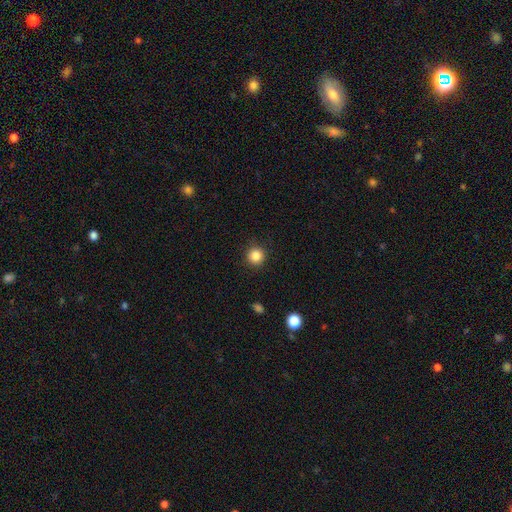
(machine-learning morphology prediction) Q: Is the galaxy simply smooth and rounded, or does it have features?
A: smooth — 85%.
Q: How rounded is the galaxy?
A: round — 94%.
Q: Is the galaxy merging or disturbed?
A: none — 91%.